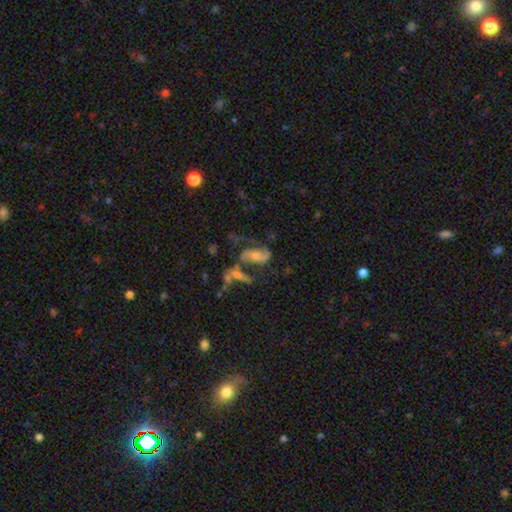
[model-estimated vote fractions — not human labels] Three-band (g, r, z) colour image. It shows a featured or disk galaxy (78%) with no bar (51%), 2 (82%) loose (47%) spiral arms (91%) and a moderate central bulge (51%). Merging: none (35%).